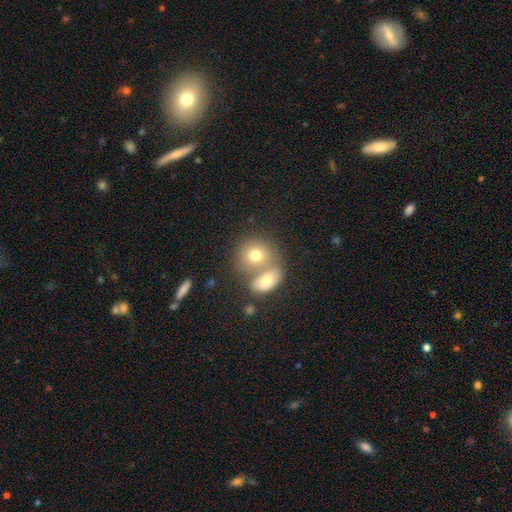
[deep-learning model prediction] Smooth or featured? Predicted: smooth (p=0.73). How rounded? Predicted: round (p=0.68). Merging? Predicted: merger (p=0.52).